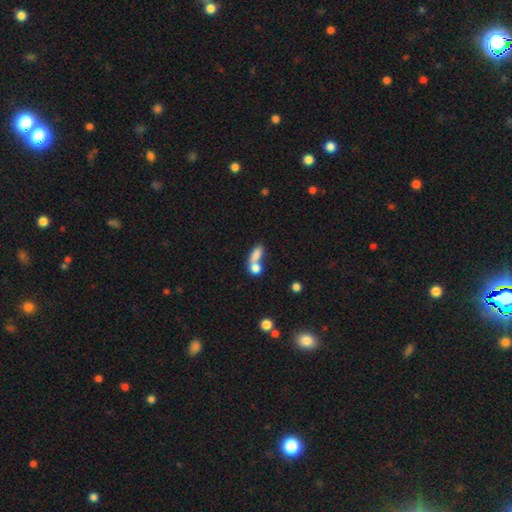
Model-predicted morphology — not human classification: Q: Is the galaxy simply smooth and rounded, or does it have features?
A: smooth — 77%.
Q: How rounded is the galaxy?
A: in between — 63%.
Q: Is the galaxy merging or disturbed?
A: merger — 58%.